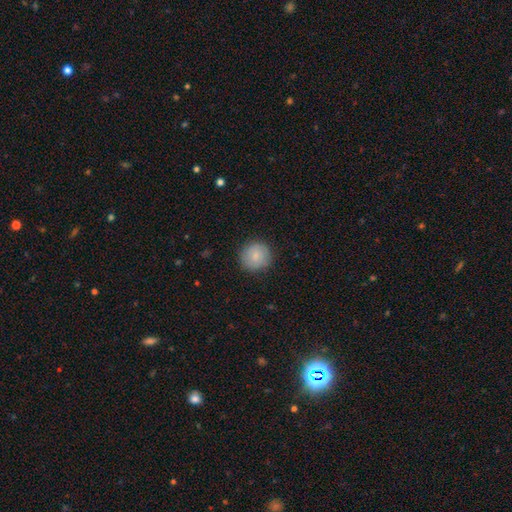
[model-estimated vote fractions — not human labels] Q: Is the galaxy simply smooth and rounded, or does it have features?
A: smooth — 83%.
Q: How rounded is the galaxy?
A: round — 93%.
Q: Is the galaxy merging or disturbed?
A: none — 88%.